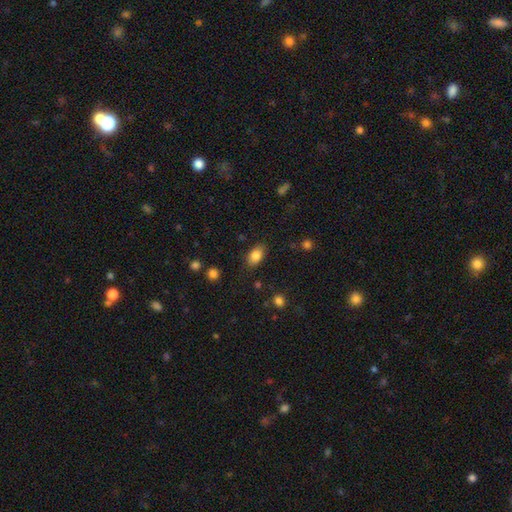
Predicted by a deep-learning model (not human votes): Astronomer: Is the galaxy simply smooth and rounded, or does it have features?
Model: smooth — 84%.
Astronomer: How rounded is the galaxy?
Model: in between — 88%.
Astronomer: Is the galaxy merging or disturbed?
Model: none — 83%.